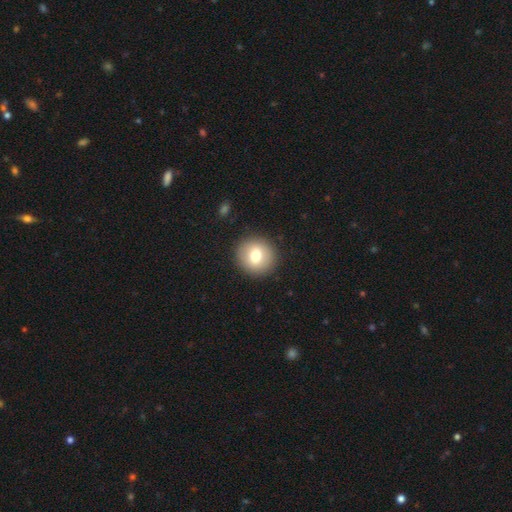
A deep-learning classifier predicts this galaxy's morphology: A smooth galaxy with no disk features (75%) that is round (92%).

Vote fractions:
- Smooth or featured? smooth: 75% / featured or disk: 16% / star or artifact: 9%
- How rounded? round: 92% / in between: 8% / cigar-shaped: 1%
- Merging? none: 91% / minor disturbance: 6% / major disturbance: 2% / merger: 1%